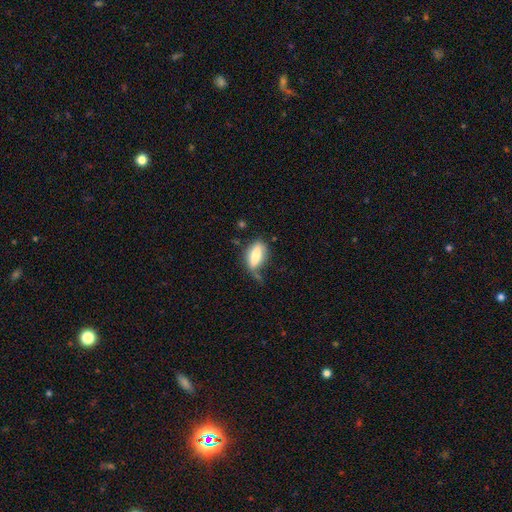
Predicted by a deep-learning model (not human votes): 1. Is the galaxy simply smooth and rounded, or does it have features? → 72% smooth, 20% featured or disk, 8% star or artifact.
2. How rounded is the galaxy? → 80% in between, 16% cigar-shaped, 4% round.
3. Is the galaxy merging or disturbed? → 40% none, 34% minor disturbance, 19% major disturbance, 7% merger.